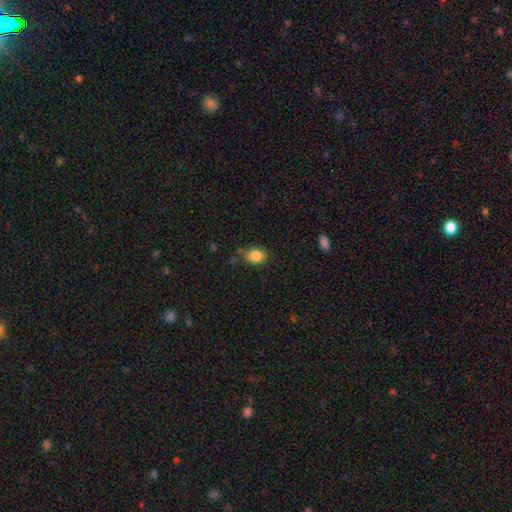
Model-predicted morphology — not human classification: type=smooth (85%); roundness=in between (66%); merging=none (70%).